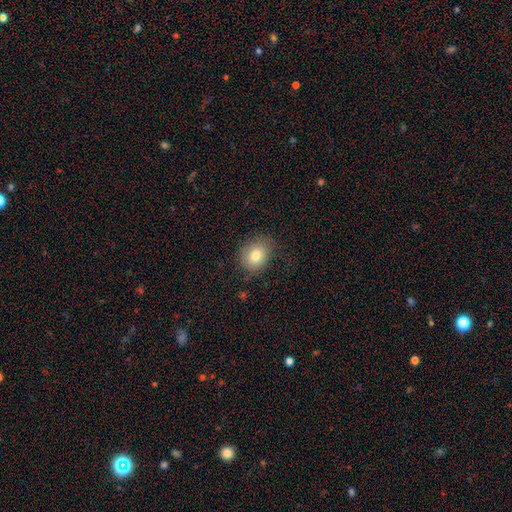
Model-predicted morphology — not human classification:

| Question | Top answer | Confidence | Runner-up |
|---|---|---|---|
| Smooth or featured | smooth | 79% | featured or disk (12%) |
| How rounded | round | 60% | in between (39%) |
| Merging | none | 72% | minor disturbance (20%) |